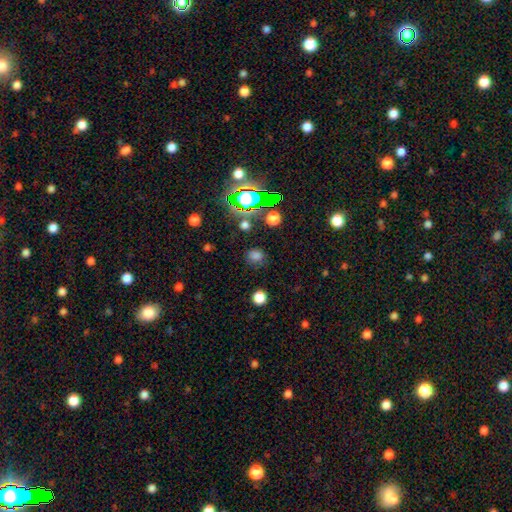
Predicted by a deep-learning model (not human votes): Smooth or featured: smooth — 69% (star or artifact — 25%)
How rounded: round — 76% (in between — 23%)
Merging: none — 81% (minor disturbance — 12%)